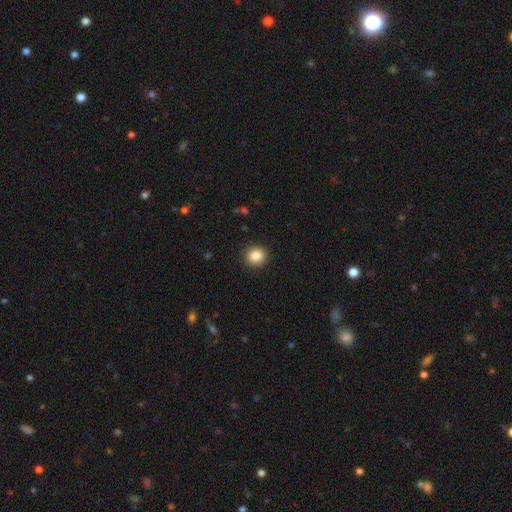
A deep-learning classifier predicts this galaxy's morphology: This is clearly a smooth galaxy (87%). How rounded: likely round (76%). Merging: clearly none (90%).